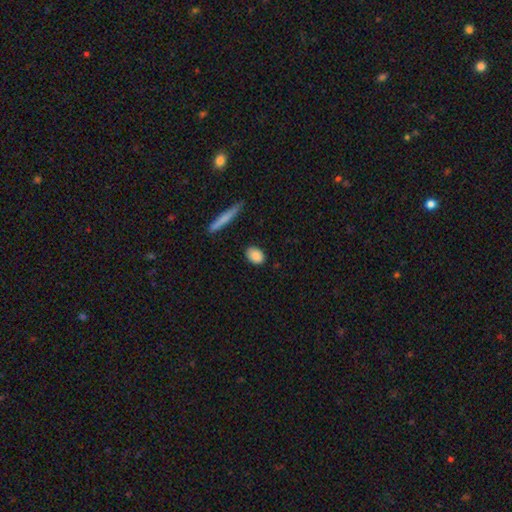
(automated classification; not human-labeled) This appears to be a smooth galaxy with no disk features (88%) that is in between round and cigar-shaped (75%). Merging: none (86%).